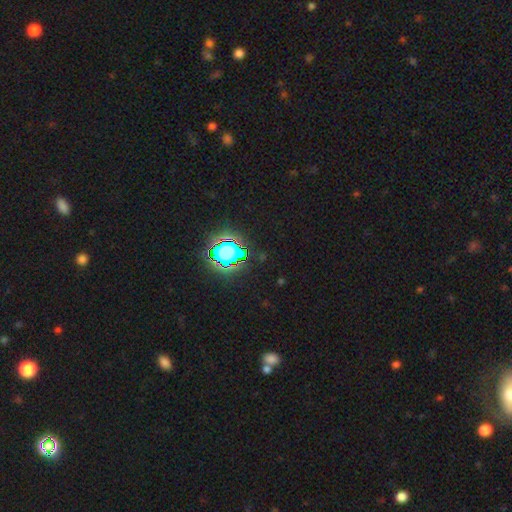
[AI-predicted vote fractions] A star or artifact, not a galaxy (76%).

Vote fractions:
- Smooth or featured? star or artifact: 76% / smooth: 15% / featured or disk: 8%